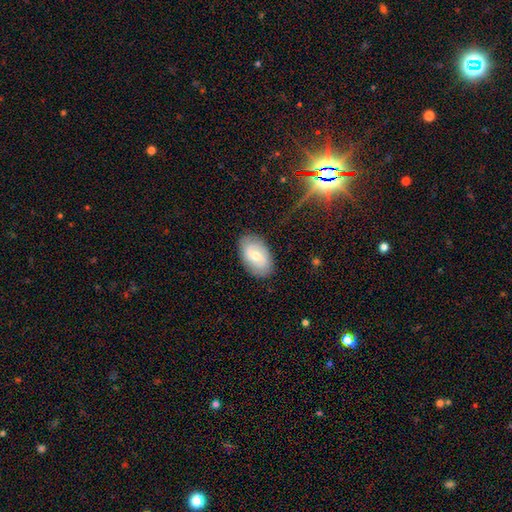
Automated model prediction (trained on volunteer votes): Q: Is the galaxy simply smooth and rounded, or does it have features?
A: smooth — 57%.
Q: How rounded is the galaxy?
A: in between — 91%.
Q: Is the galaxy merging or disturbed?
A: none — 84%.